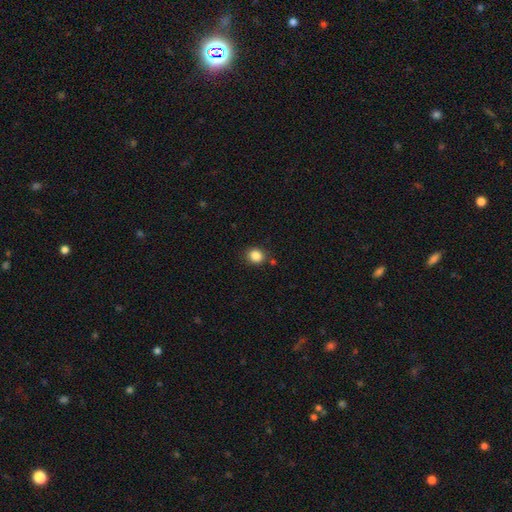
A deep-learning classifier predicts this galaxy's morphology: smooth_or_featured: smooth (p=0.86) [alt: star or artifact p=0.10]
how_rounded: round (p=0.72) [alt: in between p=0.27]
merging: none (p=0.83) [alt: minor disturbance p=0.10]